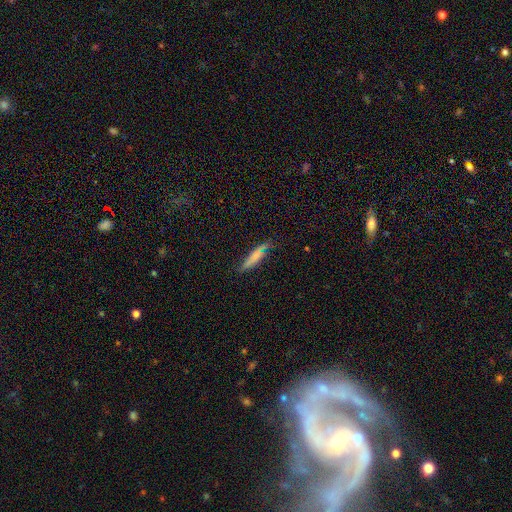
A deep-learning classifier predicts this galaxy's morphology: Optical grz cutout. It shows a smooth galaxy with no disk features (69%) that is cigar-shaped (85%). Merging: none (67%).